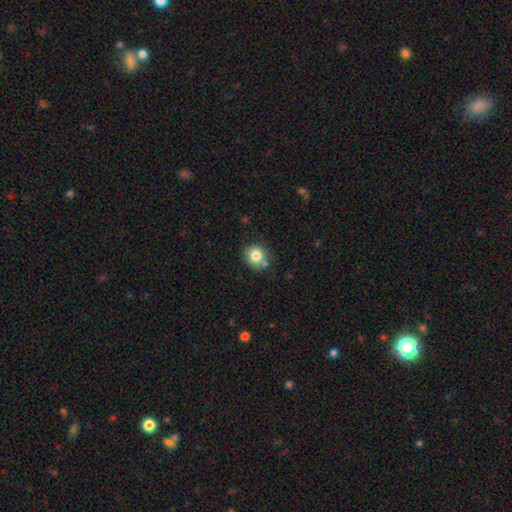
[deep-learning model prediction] A smooth galaxy with no disk features (80%) that is round (86%).

Vote fractions:
- Smooth or featured? smooth: 80% / star or artifact: 11% / featured or disk: 9%
- How rounded? round: 86% / in between: 13% / cigar-shaped: 1%
- Merging? none: 78% / minor disturbance: 12% / merger: 7% / major disturbance: 3%